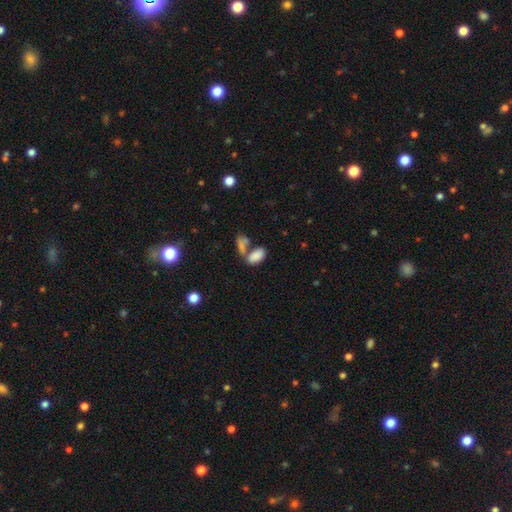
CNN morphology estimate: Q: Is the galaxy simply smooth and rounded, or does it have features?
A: smooth — 84%.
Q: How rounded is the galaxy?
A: in between — 93%.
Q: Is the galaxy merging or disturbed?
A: merger — 47%.